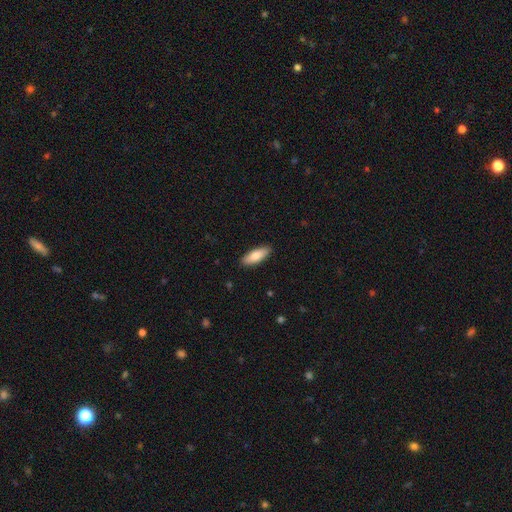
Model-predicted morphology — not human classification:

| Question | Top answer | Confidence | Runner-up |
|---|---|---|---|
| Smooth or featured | smooth | 81% | featured or disk (13%) |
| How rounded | in between | 69% | cigar-shaped (29%) |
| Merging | none | 90% | minor disturbance (8%) |